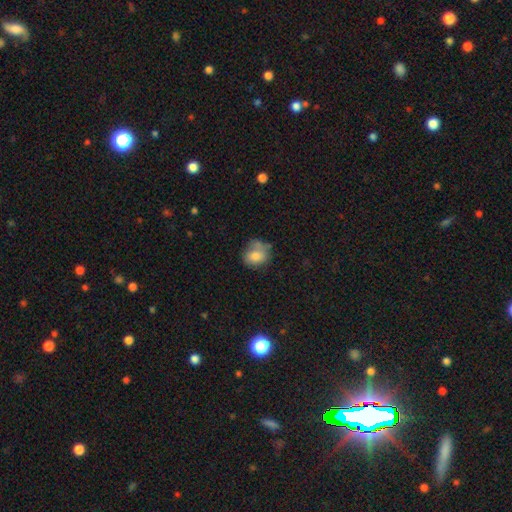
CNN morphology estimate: This is likely a smooth galaxy (76%). How rounded: possibly round (57%). Merging: possibly none (48%).